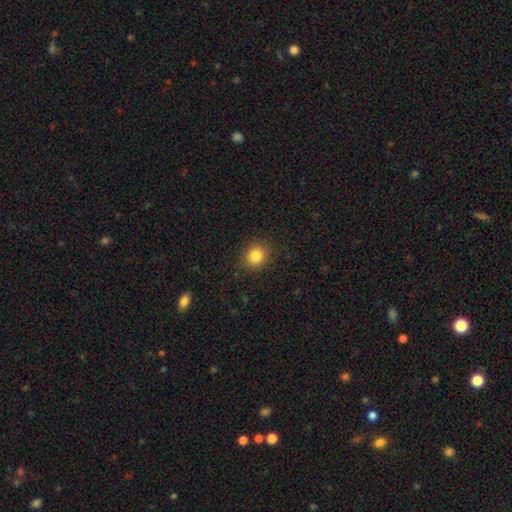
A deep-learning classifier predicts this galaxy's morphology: smooth-or-featured: smooth: 84% | star or artifact: 11% | featured or disk: 5%
  how-rounded: round: 82% | in between: 18% | cigar-shaped: 1%
  merging: none: 87% | minor disturbance: 9% | major disturbance: 3% | merger: 1%